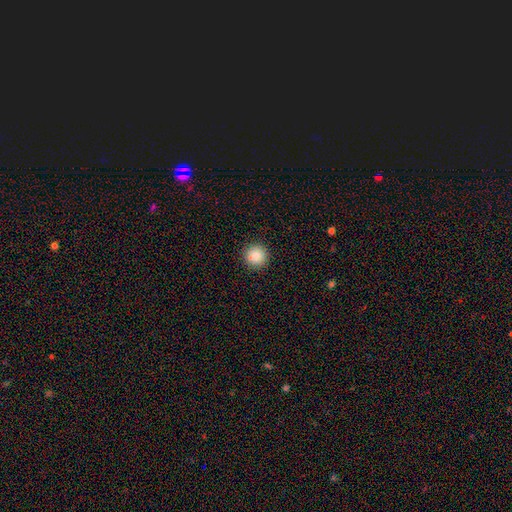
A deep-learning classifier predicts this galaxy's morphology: smooth_or_featured: smooth (p=0.86) [alt: star or artifact p=0.09]
how_rounded: round (p=0.95) [alt: in between p=0.04]
merging: none (p=0.88) [alt: minor disturbance p=0.07]